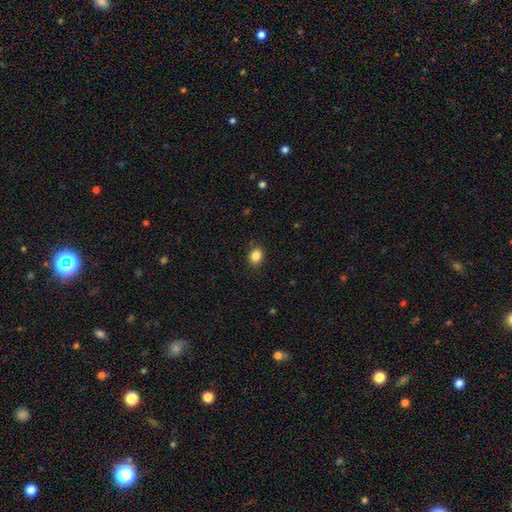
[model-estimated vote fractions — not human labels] Smooth or featured? smooth (86%)
How rounded? in between (50%)
Merging? none (87%)